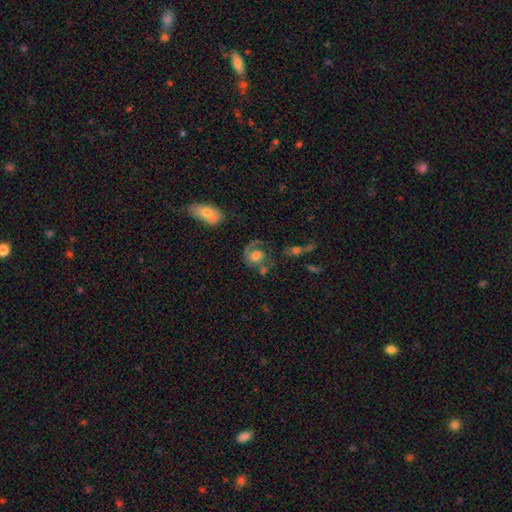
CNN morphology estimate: smooth-or-featured: featured or disk: 62% | smooth: 29% | star or artifact: 10%
  disk-edge-on: no: 97% | yes: 3%
    bar: no: 67% | weak: 28% | strong: 6%
    has-spiral-arms: yes: 84% | no: 16%
      spiral-winding: medium: 41% | tight: 32% | loose: 27%
      spiral-arm-count: 1: 63% | 2: 25% | can't tell: 8% | 3: 2% | 4: 1% | more than 4: 1%
    bulge-size: moderate: 43% | large: 25% | small: 18% | none: 10% | dominant: 3%
  merging: none: 41% | major disturbance: 27% | minor disturbance: 17% | merger: 15%